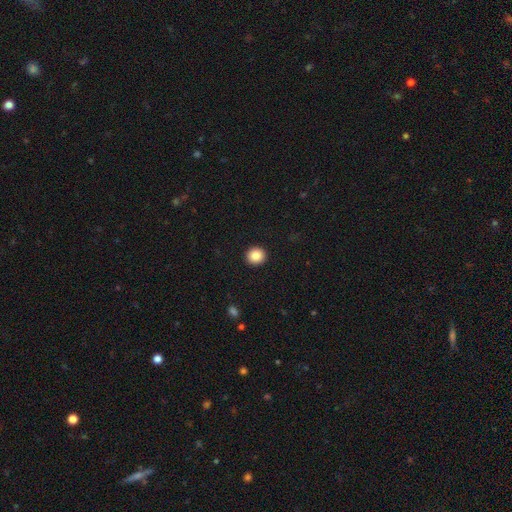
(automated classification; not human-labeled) Q: Smooth or featured?
A: smooth (88%); runner-up: star or artifact (9%)
Q: How rounded?
A: round (89%); runner-up: in between (10%)
Q: Merging?
A: none (93%); runner-up: minor disturbance (5%)